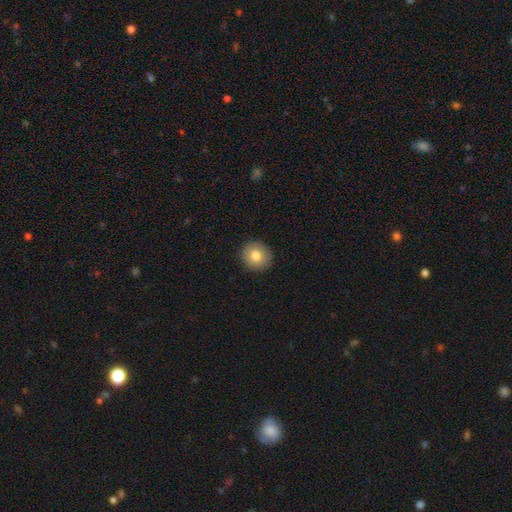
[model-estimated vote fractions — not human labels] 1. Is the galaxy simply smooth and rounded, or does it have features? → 80% smooth, 11% featured or disk, 9% star or artifact.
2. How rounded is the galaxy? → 90% round, 9% in between, 1% cigar-shaped.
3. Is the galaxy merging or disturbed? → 92% none, 6% minor disturbance, 2% major disturbance, 1% merger.